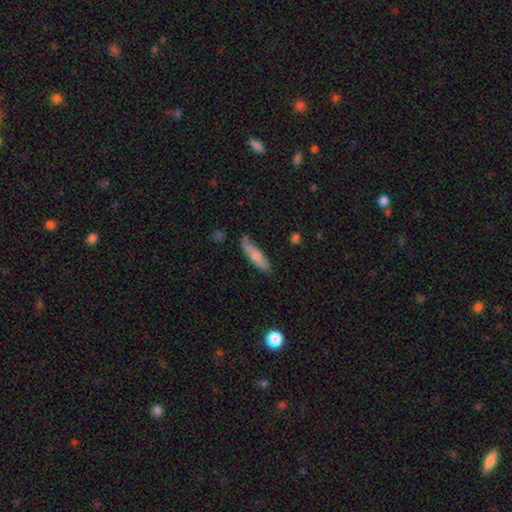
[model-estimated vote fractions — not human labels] Overall: smooth (74%). How rounded: cigar-shaped (72%). Merging: none (69%).